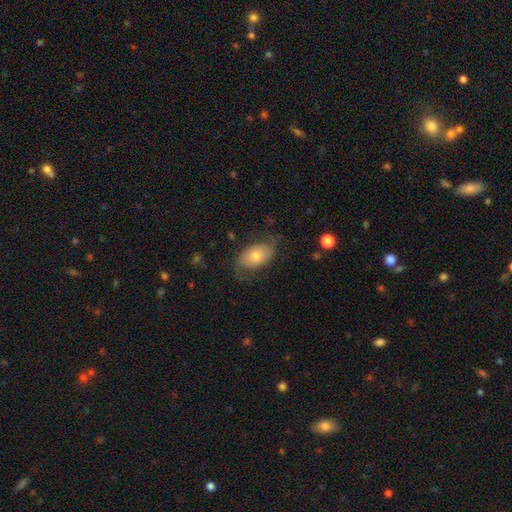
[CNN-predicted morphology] type=featured or disk (54%); edge-on=no (94%); bar=no (76%); spiral arms=yes (81%); bulge=moderate (62%); merging=none (65%).